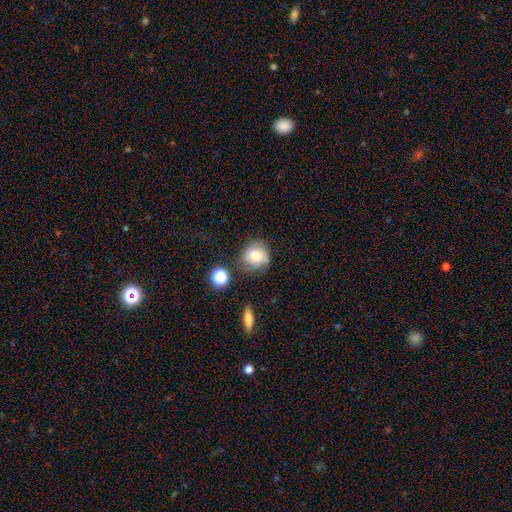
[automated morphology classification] This appears to be a smooth galaxy with no disk features (63%) that is round (80%). Merging: none (62%).